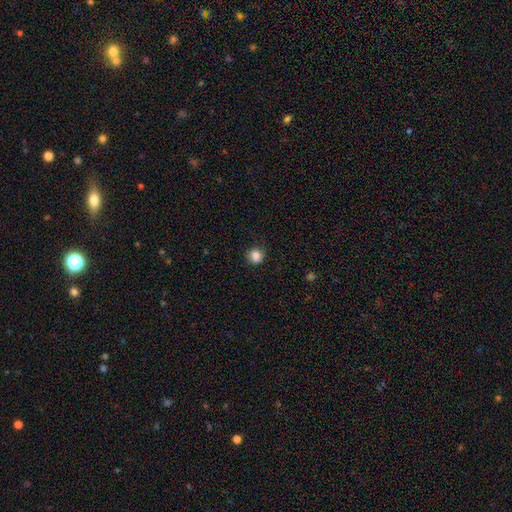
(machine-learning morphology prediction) Q: Smooth or featured?
A: smooth (84%); runner-up: star or artifact (11%)
Q: How rounded?
A: round (82%); runner-up: in between (17%)
Q: Merging?
A: none (81%); runner-up: minor disturbance (14%)